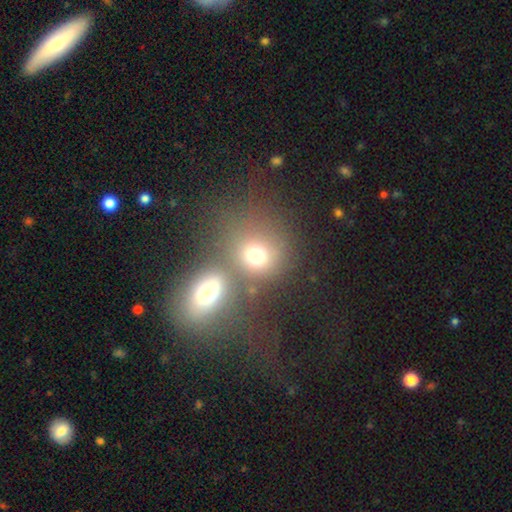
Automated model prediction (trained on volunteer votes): Smooth or featured?
  - smooth: 72% *
  - star or artifact: 16%
  - featured or disk: 12%
How rounded?
  - round: 78% *
  - in between: 21%
  - cigar-shaped: 1%
Merging?
  - none: 47% *
  - merger: 39%
  - minor disturbance: 8%
  - major disturbance: 5%